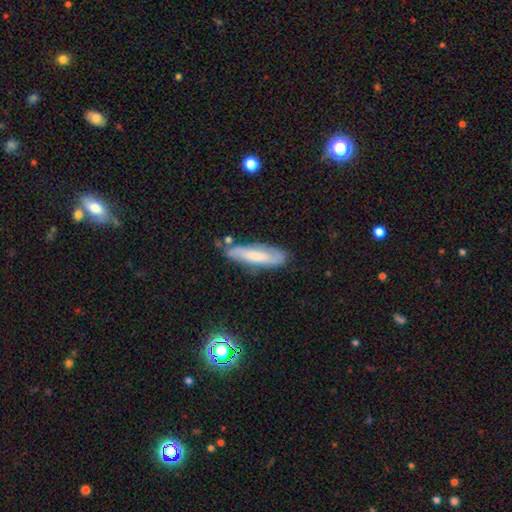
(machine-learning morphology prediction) Smooth or featured: smooth — 52% (featured or disk — 40%)
How rounded: cigar-shaped — 64% (in between — 34%)
Merging: none — 71% (minor disturbance — 21%)